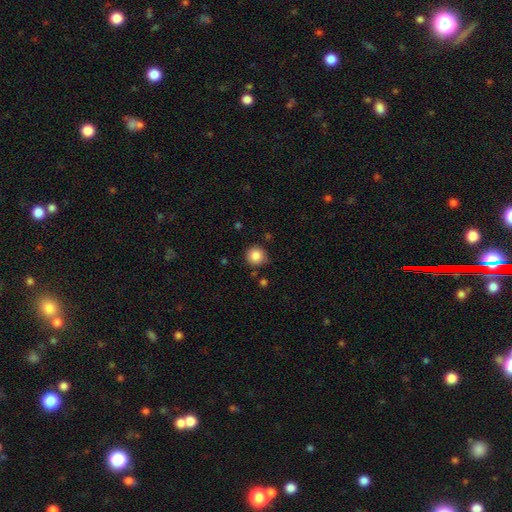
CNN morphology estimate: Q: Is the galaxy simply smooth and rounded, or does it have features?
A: smooth — 86%.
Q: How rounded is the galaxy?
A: round — 94%.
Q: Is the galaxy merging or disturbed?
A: none — 85%.